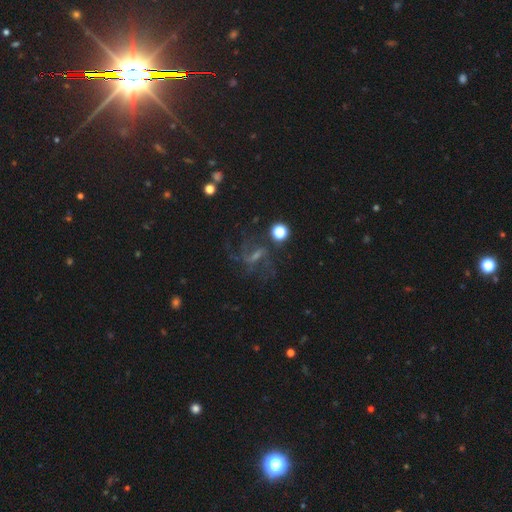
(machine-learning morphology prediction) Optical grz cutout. It shows a featured or disk galaxy (62%) with a weak bar (43%), spiral arms (78%) and a small central bulge (43%). Merging: none (53%).